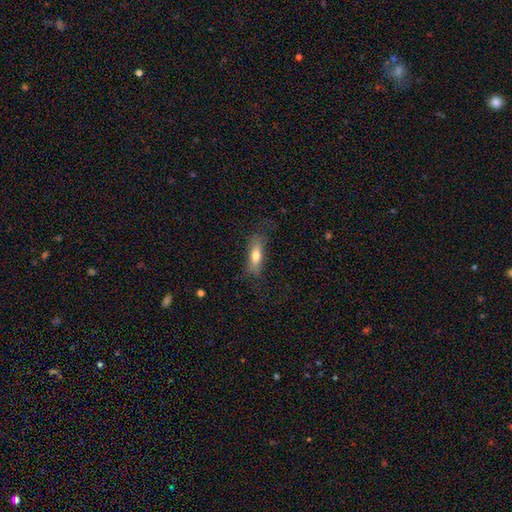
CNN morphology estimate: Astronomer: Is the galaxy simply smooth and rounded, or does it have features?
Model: smooth — 68%.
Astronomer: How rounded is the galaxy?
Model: in between — 52% (runner-up: cigar-shaped, 46%).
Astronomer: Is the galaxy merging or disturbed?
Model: none — 69%.